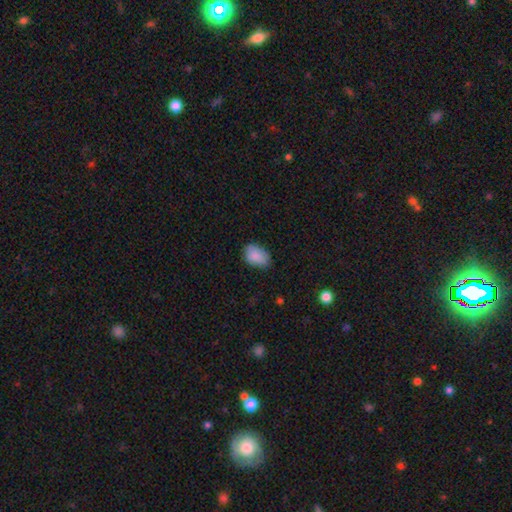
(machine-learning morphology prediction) smooth_or_featured: smooth (p=0.88) [alt: star or artifact p=0.07]
how_rounded: in between (p=0.86) [alt: round p=0.13]
merging: none (p=0.74) [alt: minor disturbance p=0.21]